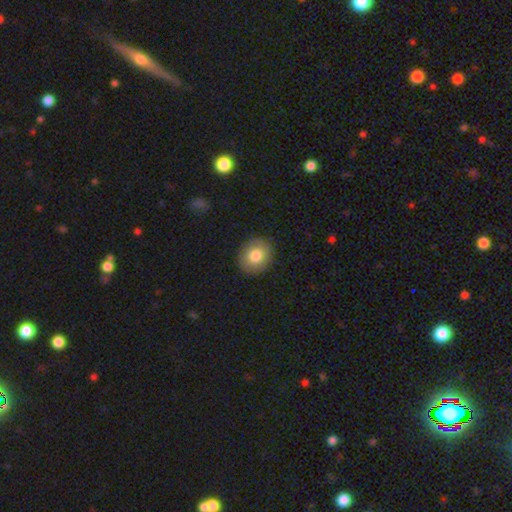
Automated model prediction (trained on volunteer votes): smooth_or_featured: smooth (p=0.80) [alt: featured or disk p=0.12]
how_rounded: round (p=0.65) [alt: in between p=0.34]
merging: none (p=0.88) [alt: minor disturbance p=0.09]